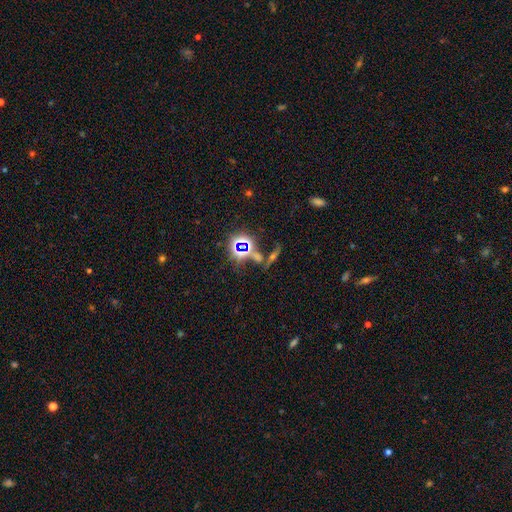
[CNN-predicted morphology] A star or artifact, not a galaxy (65%).